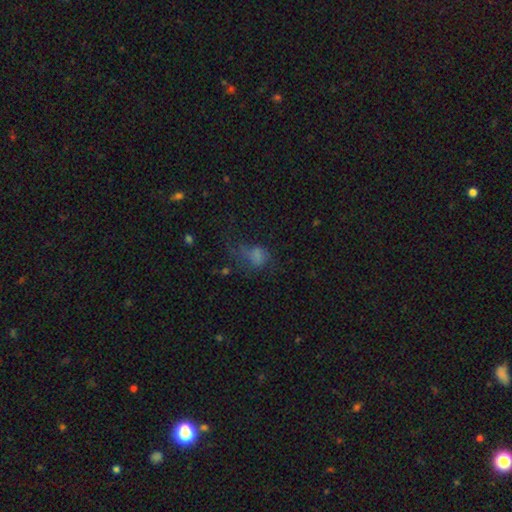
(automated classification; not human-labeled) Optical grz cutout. It shows a smooth galaxy with no disk features (59%) that is in between round and cigar-shaped (63%). Merging: major disturbance (49%).